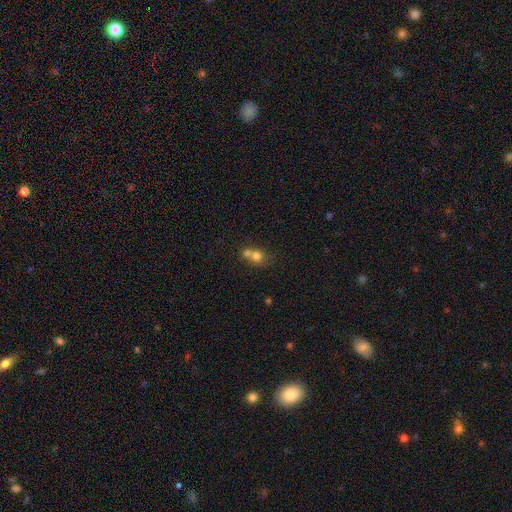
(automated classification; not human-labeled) smooth 73%, featured or disk 16%, star or artifact 12%. Down the decision tree: how rounded — round (74%); merging — merger (64%).